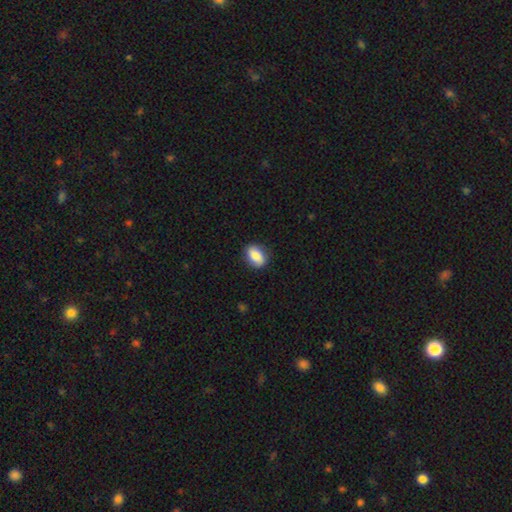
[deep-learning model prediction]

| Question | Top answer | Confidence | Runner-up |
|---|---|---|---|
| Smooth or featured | smooth | 82% | featured or disk (12%) |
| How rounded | in between | 82% | round (15%) |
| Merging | none | 85% | minor disturbance (11%) |